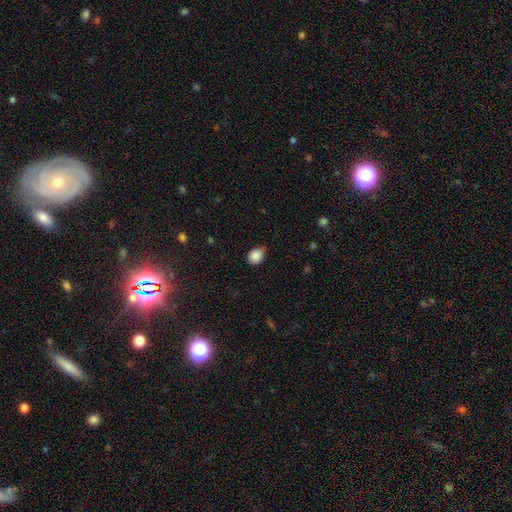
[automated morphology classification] Smooth or featured? Predicted: smooth (p=0.88). How rounded? Predicted: in between (p=0.55). Merging? Predicted: none (p=0.65).